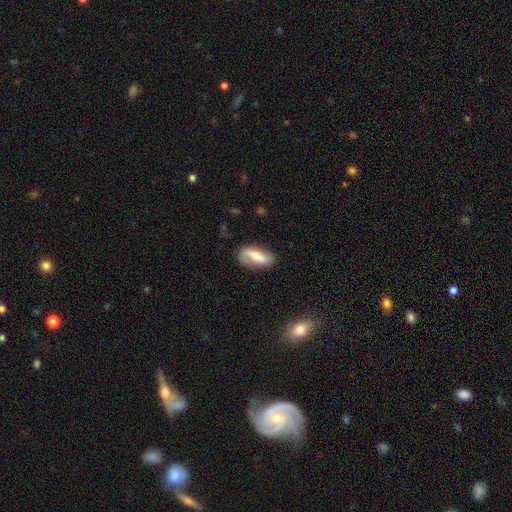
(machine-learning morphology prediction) A smooth galaxy with no disk features (51%) that is in between round and cigar-shaped (80%). Merging: none (75%).